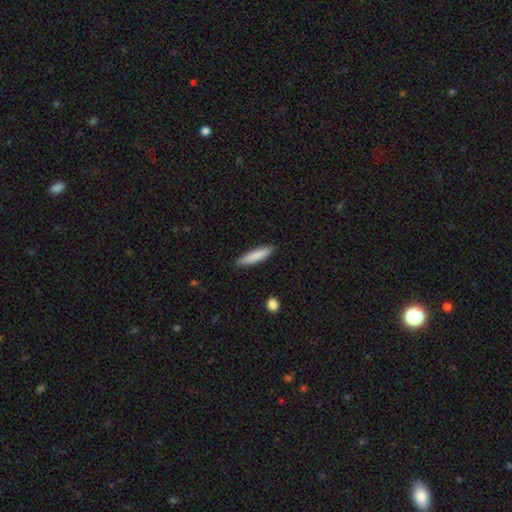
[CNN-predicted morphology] Smooth or featured? Predicted: smooth (p=0.84). How rounded? Predicted: cigar-shaped (p=0.81). Merging? Predicted: none (p=0.88).